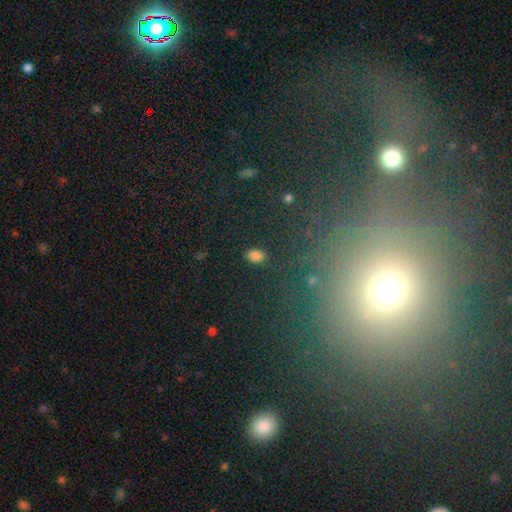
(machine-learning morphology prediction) Overall: smooth (81%). How rounded: in between (76%). Merging: none (86%).